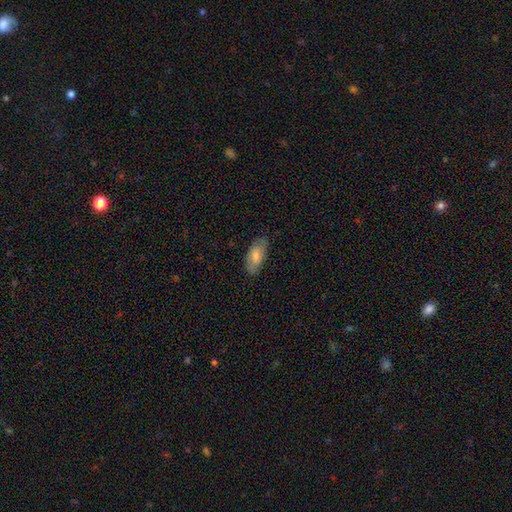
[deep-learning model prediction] Morphology: type=smooth (66%); roundness=in between (85%); merging=none (79%).